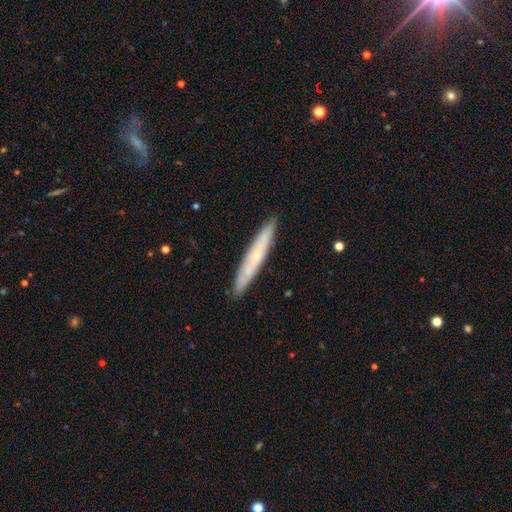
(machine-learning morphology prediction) A smooth galaxy with no disk features (48%). Merging: none (90%).